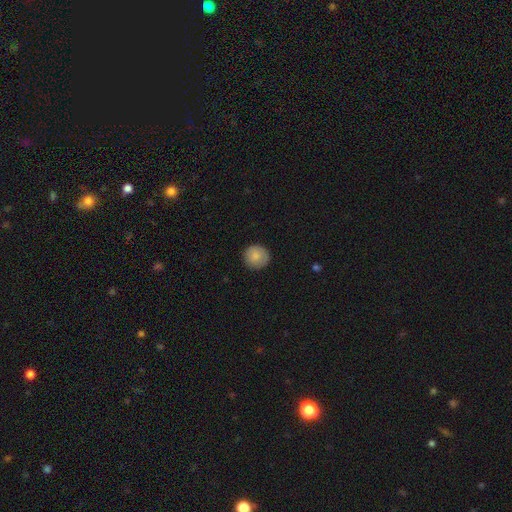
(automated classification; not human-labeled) A smooth galaxy with no disk features (85%) that is round (93%). Merging: none (88%).